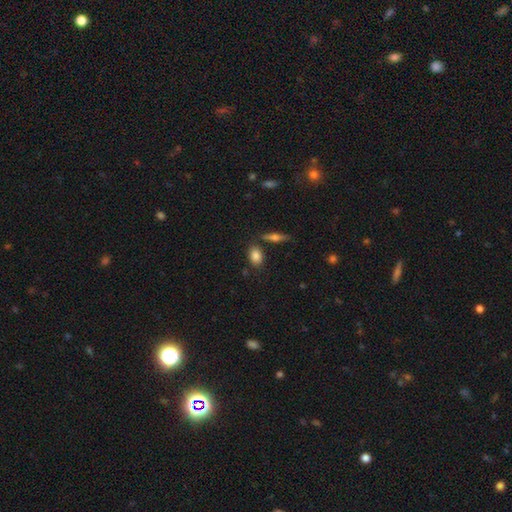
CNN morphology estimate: smooth 84%, featured or disk 8%, star or artifact 8%. Down the decision tree: how rounded — in between (77%); merging — none (76%).